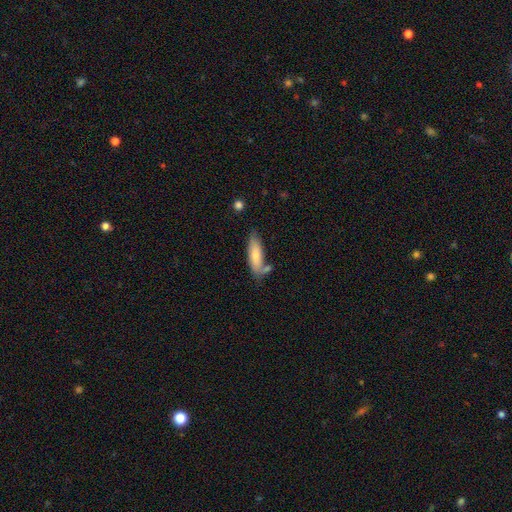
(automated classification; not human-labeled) Overall: smooth (74%). How rounded: in between (52%; cigar-shaped 46%). Merging: none (60%; minor disturbance 21%).